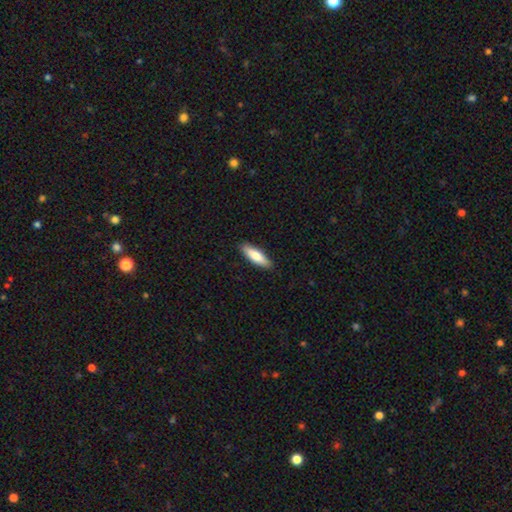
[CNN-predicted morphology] Smooth or featured? Predicted: smooth (p=0.74). How rounded? Predicted: cigar-shaped (p=0.58). Merging? Predicted: none (p=0.90).